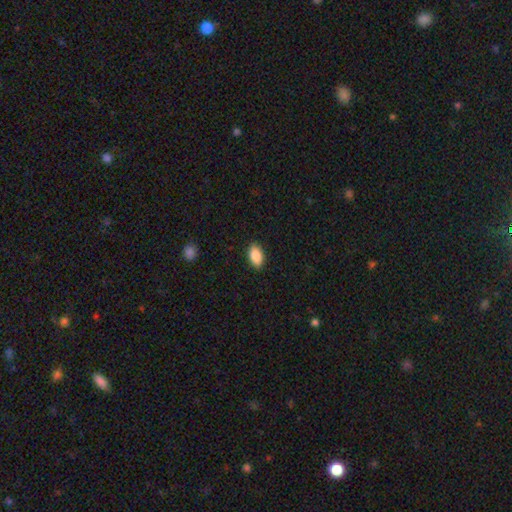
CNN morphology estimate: smooth_or_featured: smooth (p=0.88) [alt: star or artifact p=0.07]
how_rounded: in between (p=0.93) [alt: round p=0.04]
merging: none (p=0.89) [alt: minor disturbance p=0.08]